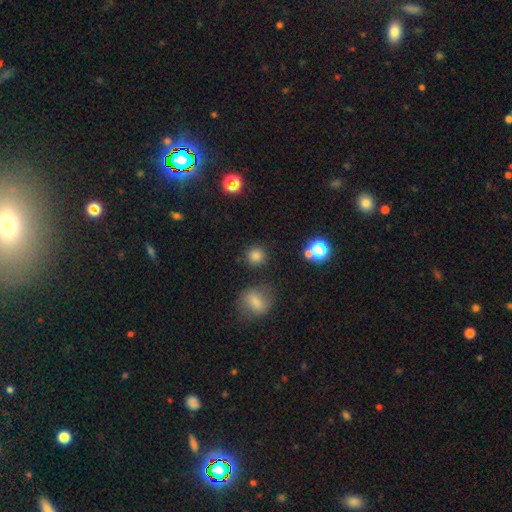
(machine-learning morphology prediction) Overall: smooth (80%). How rounded: round (90%). Merging: none (84%).